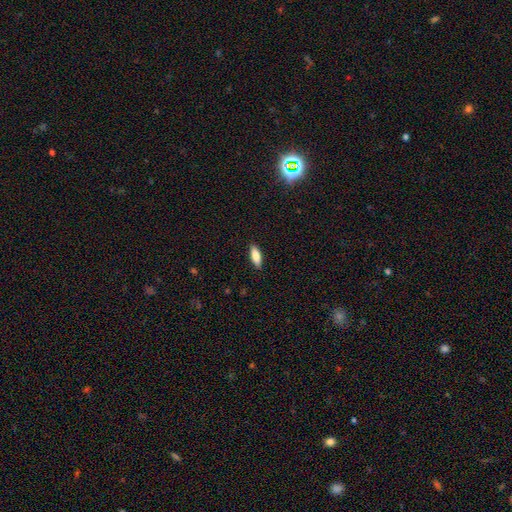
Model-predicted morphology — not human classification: This appears to be a smooth galaxy with no disk features (78%) that is in between round and cigar-shaped (60%). Merging: none (89%).